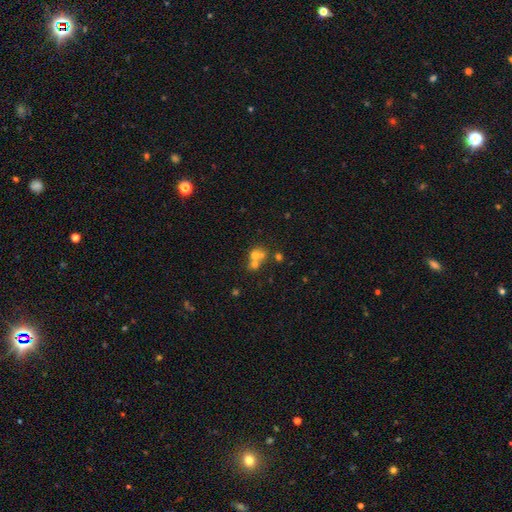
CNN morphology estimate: A smooth galaxy with no disk features (61%) that is round (77%). Merging: merger (60%).